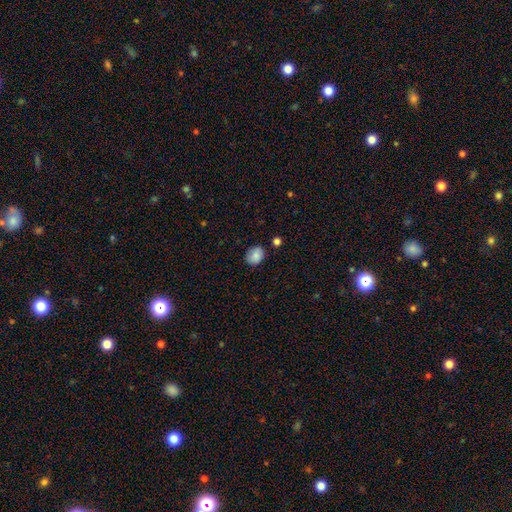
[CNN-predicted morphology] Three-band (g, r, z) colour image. It shows a smooth galaxy with no disk features (85%) that is round (55%). Merging: none (80%).